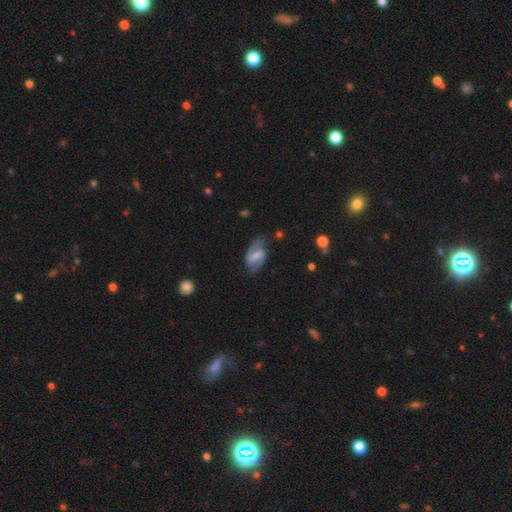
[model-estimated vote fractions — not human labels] Smooth or featured? featured or disk (63%)
Edge-on disk? no (95%)
Bar? strong (44%)
Spiral arms? yes (80%)
Bulge size? small (40%)
Merging? none (68%)